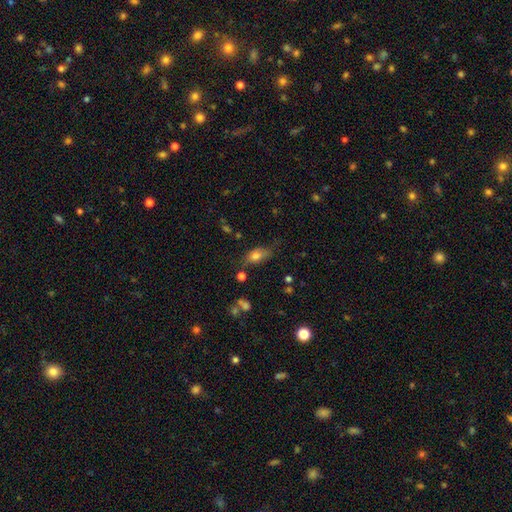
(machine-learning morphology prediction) This is likely a smooth galaxy (75%). How rounded: clearly in between (83%). Merging: possibly none (56%).